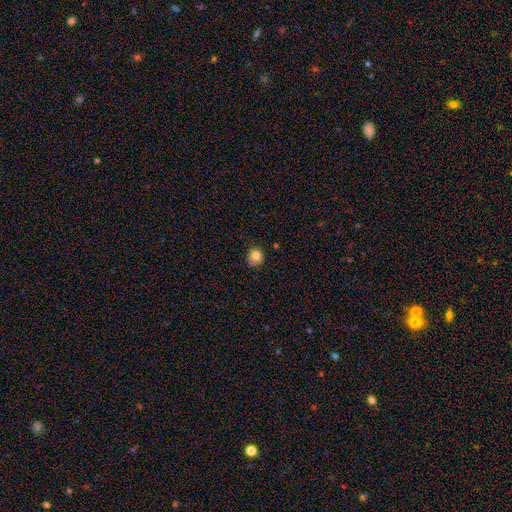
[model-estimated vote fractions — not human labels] Morphology: type=smooth (82%); roundness=round (80%); merging=none (72%).